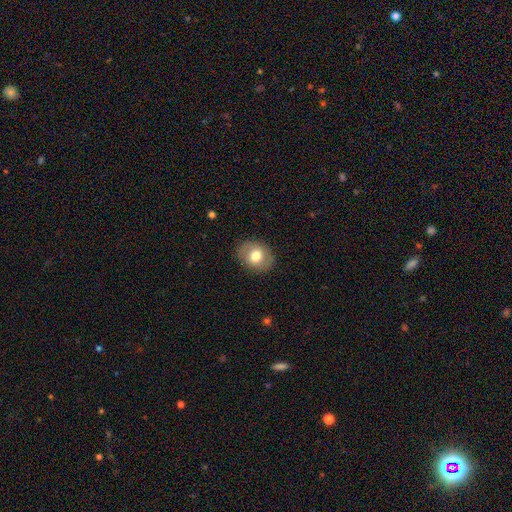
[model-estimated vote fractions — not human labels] Q: Smooth or featured?
A: smooth (71%); runner-up: featured or disk (21%)
Q: How rounded?
A: in between (50%); runner-up: round (49%)
Q: Merging?
A: none (86%); runner-up: minor disturbance (10%)